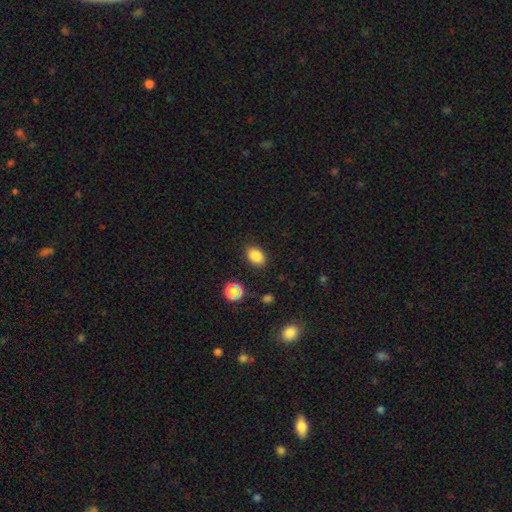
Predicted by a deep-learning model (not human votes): Morphology: type=smooth (84%); roundness=in between (81%); merging=none (86%).